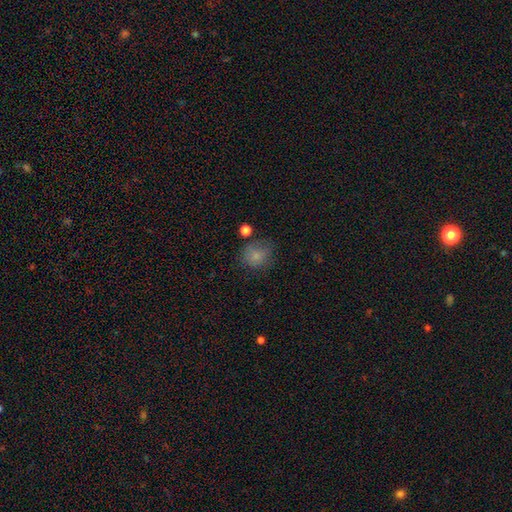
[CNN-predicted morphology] This is likely a smooth galaxy (79%). How rounded: likely round (79%). Merging: likely none (61%).